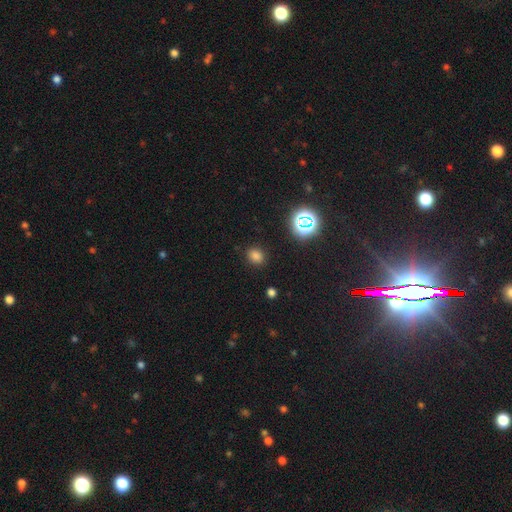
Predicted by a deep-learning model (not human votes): A smooth galaxy with no disk features (75%) that is round (58%).

Vote fractions:
- Smooth or featured? smooth: 75% / star or artifact: 20% / featured or disk: 5%
- How rounded? round: 58% / in between: 41% / cigar-shaped: 1%
- Merging? none: 87% / minor disturbance: 9% / major disturbance: 3% / merger: 2%